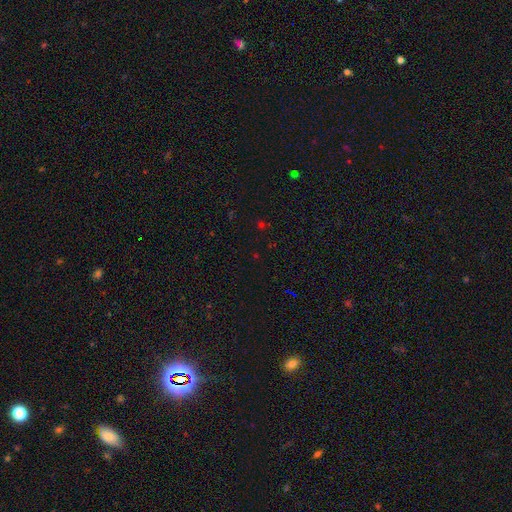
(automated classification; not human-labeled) Overall: star or artifact (65%; smooth 28%).